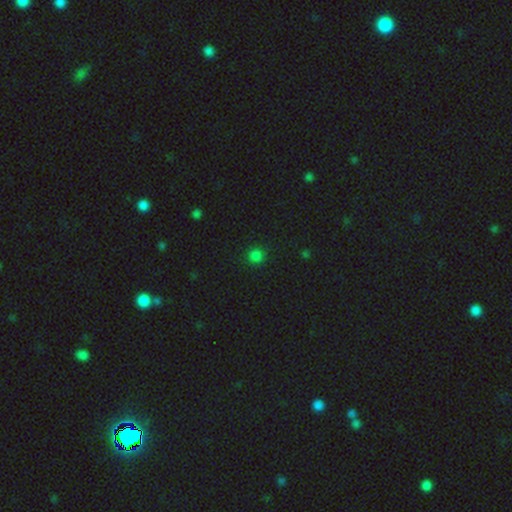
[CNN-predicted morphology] smooth_or_featured: smooth (p=0.81) [alt: star or artifact p=0.17]
how_rounded: round (p=0.94) [alt: in between p=0.05]
merging: none (p=0.91) [alt: minor disturbance p=0.06]